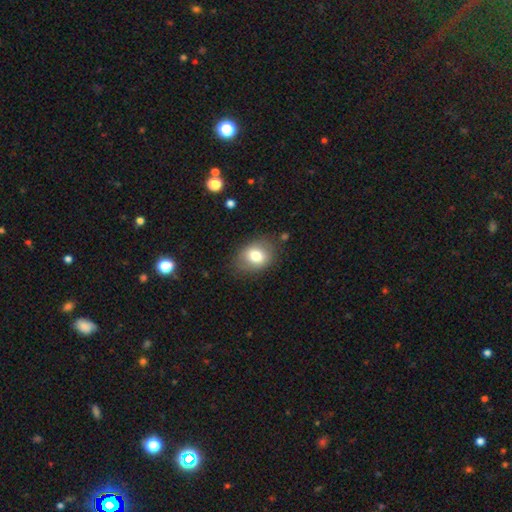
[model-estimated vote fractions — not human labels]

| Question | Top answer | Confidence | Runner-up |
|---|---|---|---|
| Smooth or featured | smooth | 75% | featured or disk (16%) |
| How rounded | in between | 59% | round (40%) |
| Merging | none | 79% | minor disturbance (15%) |